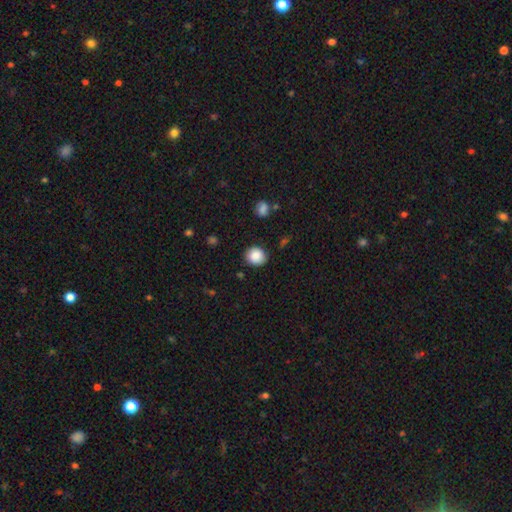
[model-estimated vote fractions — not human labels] Smooth or featured? Predicted: smooth (p=0.87). How rounded? Predicted: round (p=0.82). Merging? Predicted: none (p=0.85).